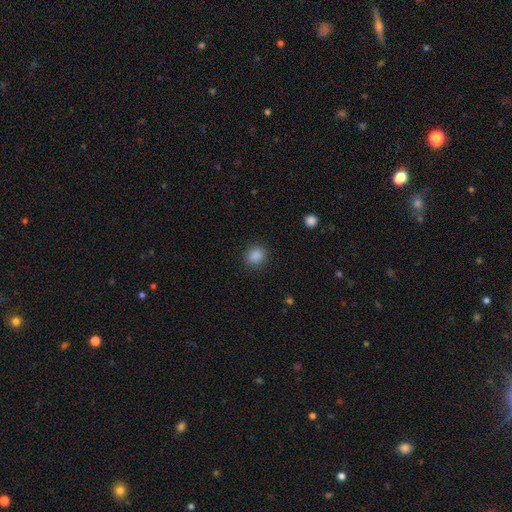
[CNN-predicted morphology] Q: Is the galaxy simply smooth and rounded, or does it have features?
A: smooth — 87%.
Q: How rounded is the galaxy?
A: round — 78%.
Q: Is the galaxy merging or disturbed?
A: none — 88%.